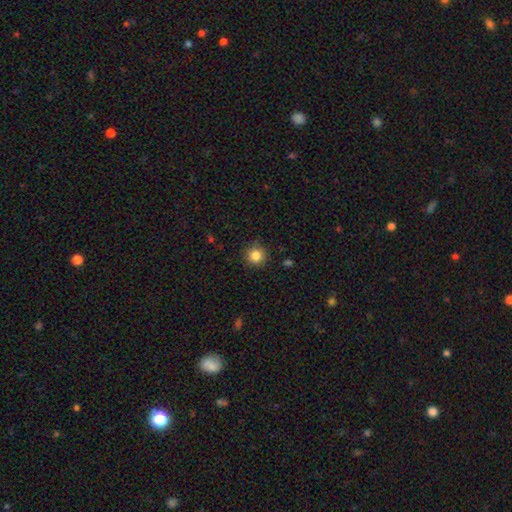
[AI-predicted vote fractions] A smooth galaxy with no disk features (84%) that is round (94%).

Vote fractions:
- Smooth or featured? smooth: 84% / star or artifact: 11% / featured or disk: 5%
- How rounded? round: 94% / in between: 5% / cigar-shaped: 1%
- Merging? none: 89% / minor disturbance: 8% / major disturbance: 2% / merger: 1%